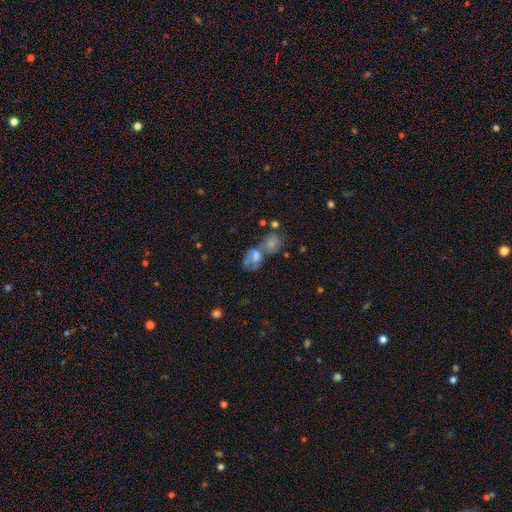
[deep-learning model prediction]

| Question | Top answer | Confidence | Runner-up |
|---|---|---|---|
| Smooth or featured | smooth | 40% | featured or disk (38%) |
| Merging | merger | 47% | none (33%) |